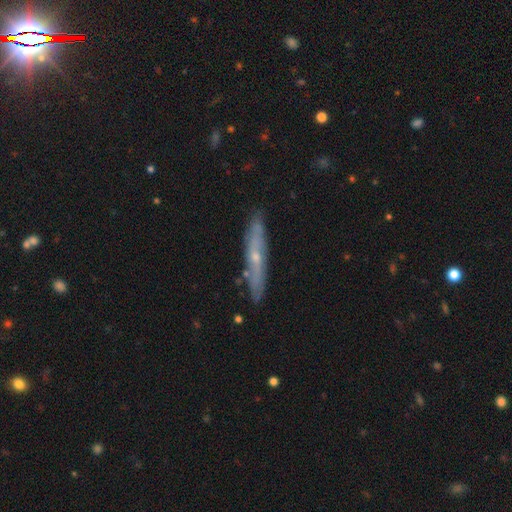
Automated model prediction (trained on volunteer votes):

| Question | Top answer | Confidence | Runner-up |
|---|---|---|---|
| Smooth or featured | featured or disk | 64% | smooth (30%) |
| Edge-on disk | yes | 70% | no (30%) |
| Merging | none | 81% | minor disturbance (14%) |